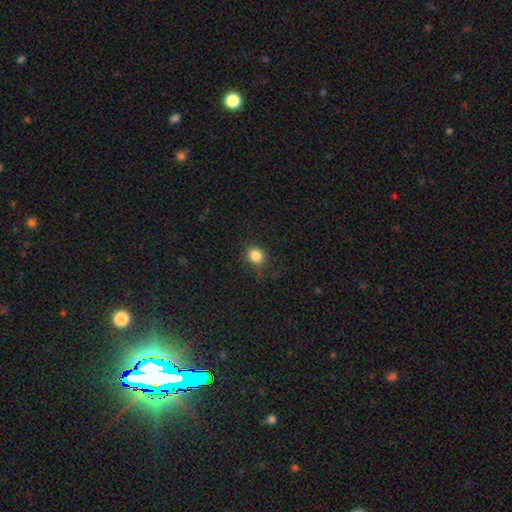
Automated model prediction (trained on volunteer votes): smooth_or_featured: smooth (p=0.84) [alt: star or artifact p=0.11]
how_rounded: round (p=0.80) [alt: in between p=0.19]
merging: none (p=0.78) [alt: minor disturbance p=0.15]